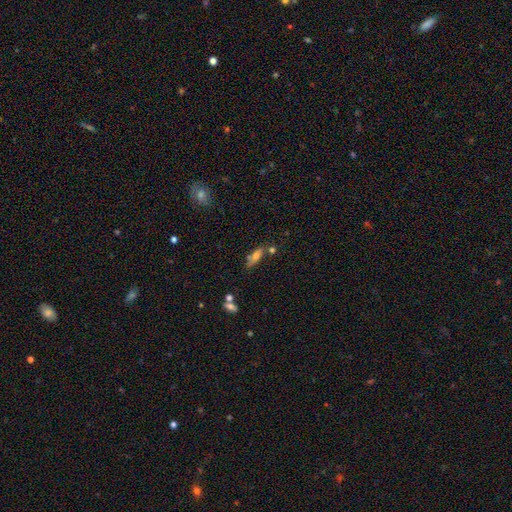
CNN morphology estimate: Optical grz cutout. It shows a smooth galaxy with no disk features (64%) that is in between round and cigar-shaped (55%). Merging: none (52%).